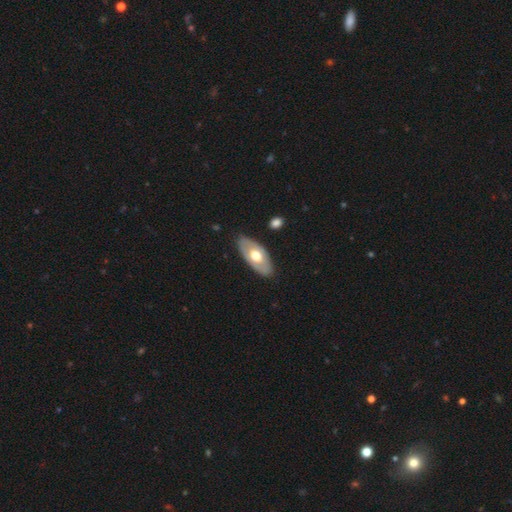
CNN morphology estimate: Smooth or featured? Predicted: featured or disk (p=0.48). Merging? Predicted: none (p=0.83).